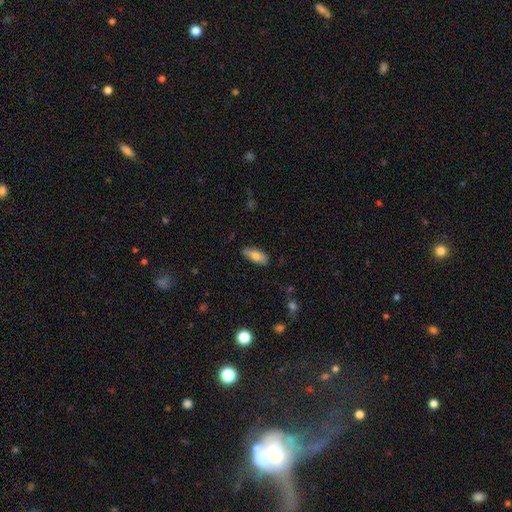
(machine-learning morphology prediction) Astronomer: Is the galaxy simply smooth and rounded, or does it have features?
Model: smooth — 75%.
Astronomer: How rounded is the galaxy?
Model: in between — 73%.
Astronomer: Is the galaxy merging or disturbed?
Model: none — 78%.